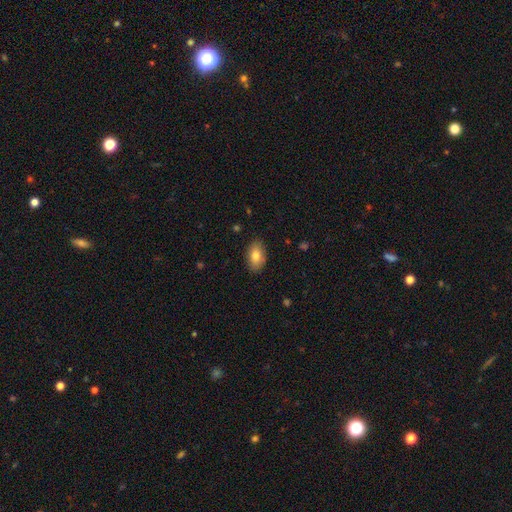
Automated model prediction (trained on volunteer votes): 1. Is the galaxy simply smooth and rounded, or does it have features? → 82% smooth, 11% featured or disk, 7% star or artifact.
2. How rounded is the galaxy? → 91% in between, 7% round, 2% cigar-shaped.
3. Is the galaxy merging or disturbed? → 87% none, 10% minor disturbance, 2% major disturbance, 1% merger.